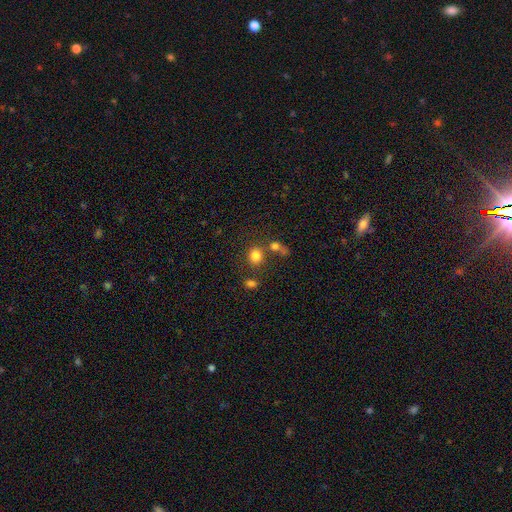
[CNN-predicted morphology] A smooth galaxy with no disk features (80%) that is round (73%). Merging: none (64%).